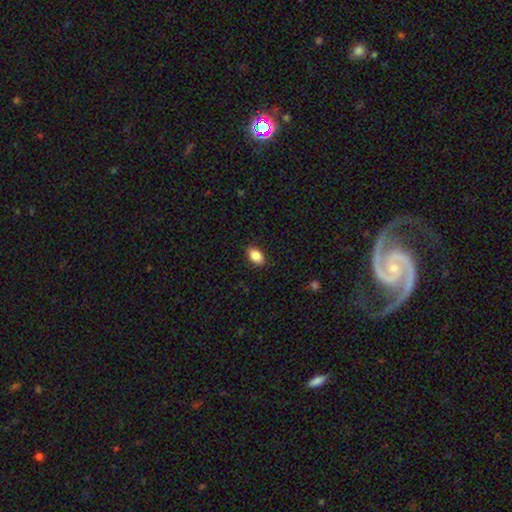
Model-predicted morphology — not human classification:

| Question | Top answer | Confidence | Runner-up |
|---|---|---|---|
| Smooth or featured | smooth | 87% | star or artifact (8%) |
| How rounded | in between | 89% | round (8%) |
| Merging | none | 87% | minor disturbance (10%) |